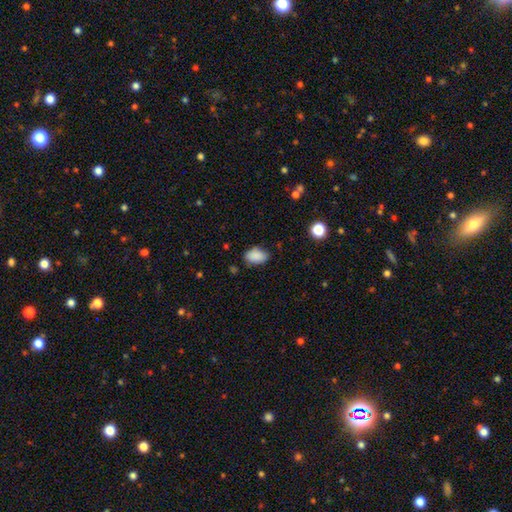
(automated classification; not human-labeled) smooth-or-featured: smooth: 88% | star or artifact: 8% | featured or disk: 4%
  how-rounded: in between: 87% | round: 12% | cigar-shaped: 1%
  merging: none: 75% | minor disturbance: 20% | major disturbance: 4% | merger: 2%